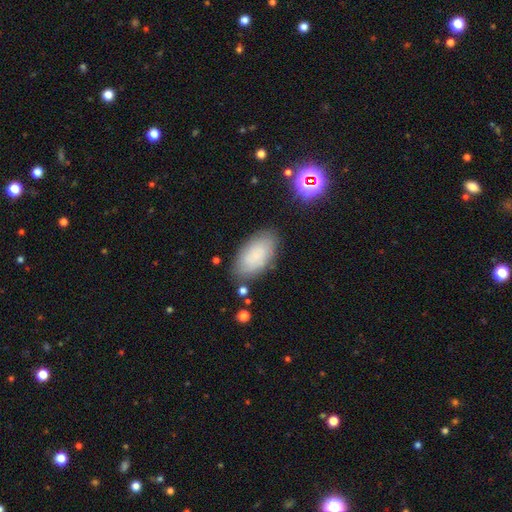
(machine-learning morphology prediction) A smooth galaxy with no disk features (65%) that is in between round and cigar-shaped (94%). Merging: none (77%).